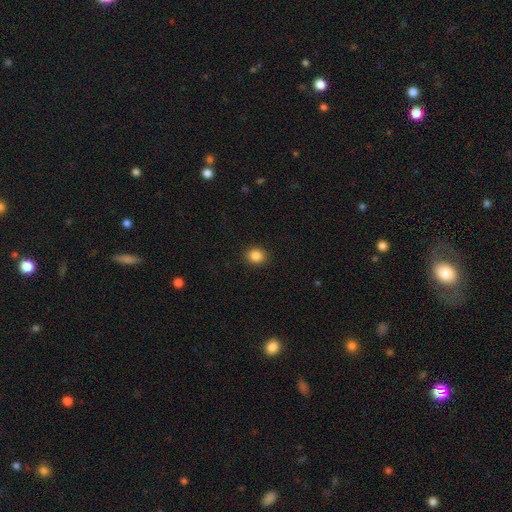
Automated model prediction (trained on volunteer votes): Smooth or featured: smooth — 86% (star or artifact — 10%)
How rounded: round — 75% (in between — 24%)
Merging: none — 91% (minor disturbance — 6%)